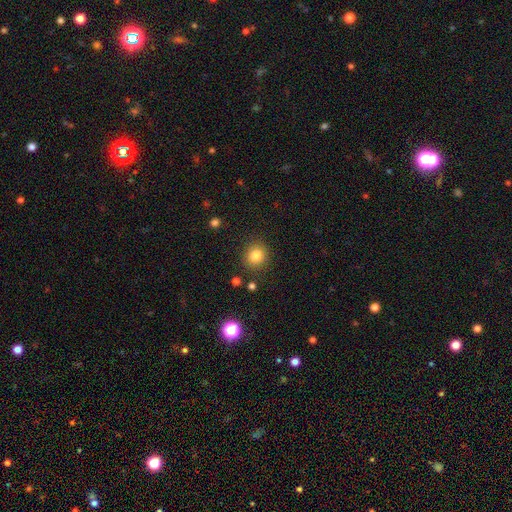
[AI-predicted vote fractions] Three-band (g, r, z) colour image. It shows a smooth galaxy with no disk features (82%) that is round (85%). Merging: none (88%).